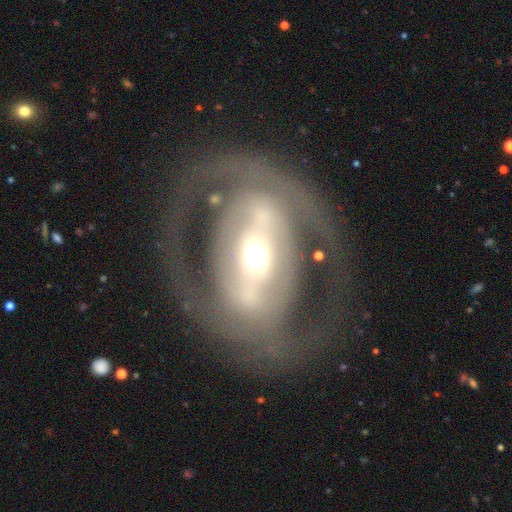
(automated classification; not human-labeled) Smooth or featured: featured or disk — 78% (smooth — 16%)
Edge-on disk: no — 93% (yes — 7%)
Bar: strong — 48% (no — 27%)
Spiral arms: yes — 58% (no — 42%)
Bulge size: moderate — 60% (small — 20%)
Merging: none — 64% (major disturbance — 20%)